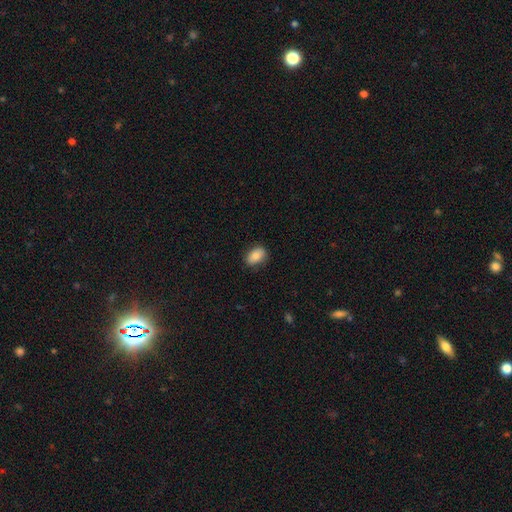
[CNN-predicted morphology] smooth-or-featured: smooth: 85% | star or artifact: 8% | featured or disk: 7%
  how-rounded: in between: 86% | round: 12% | cigar-shaped: 2%
  merging: none: 84% | minor disturbance: 13% | major disturbance: 3% | merger: 1%